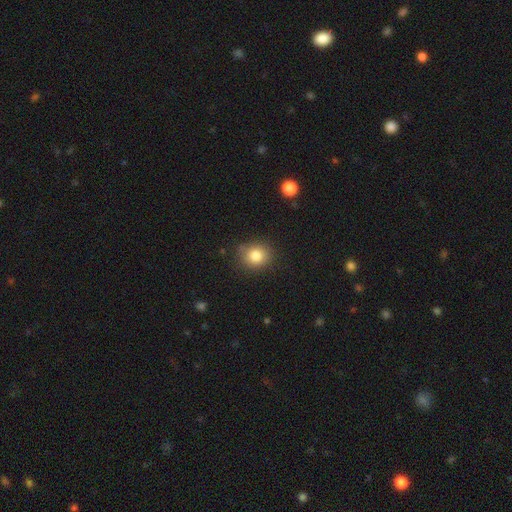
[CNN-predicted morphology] smooth-or-featured: smooth: 82% | star or artifact: 11% | featured or disk: 7%
  how-rounded: round: 75% | in between: 24% | cigar-shaped: 1%
  merging: none: 82% | minor disturbance: 13% | major disturbance: 3% | merger: 2%